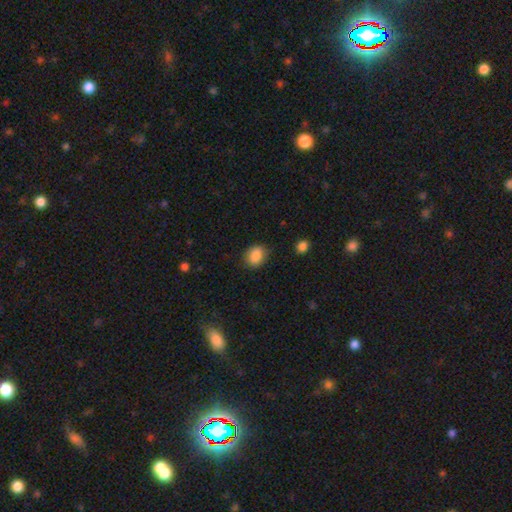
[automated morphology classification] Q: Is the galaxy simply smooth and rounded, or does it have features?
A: smooth — 87%.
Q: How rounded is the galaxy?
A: in between — 54%.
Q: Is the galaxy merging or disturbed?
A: none — 81%.